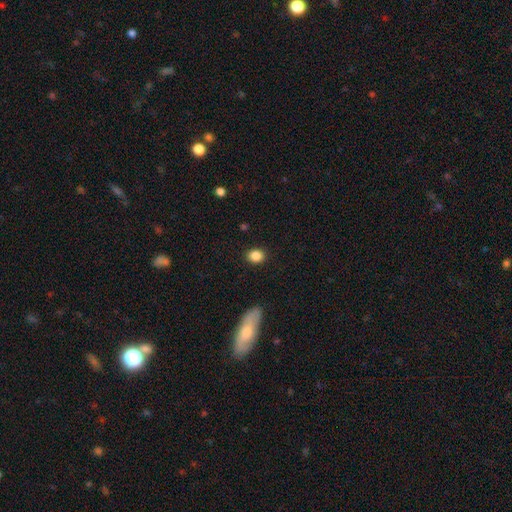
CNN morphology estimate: A smooth galaxy with no disk features (86%) that is round (59%).

Vote fractions:
- Smooth or featured? smooth: 86% / star or artifact: 9% / featured or disk: 4%
- How rounded? round: 59% / in between: 40% / cigar-shaped: 1%
- Merging? none: 89% / minor disturbance: 7% / major disturbance: 2% / merger: 1%